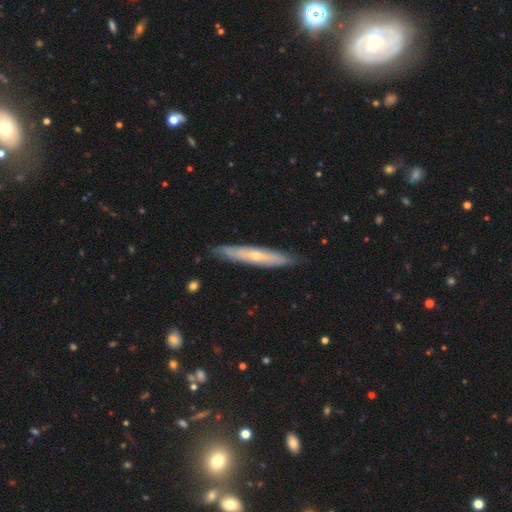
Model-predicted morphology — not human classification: Smooth or featured? Predicted: featured or disk (p=0.58). Edge-on disk? Predicted: yes (p=0.75). Merging? Predicted: none (p=0.85).